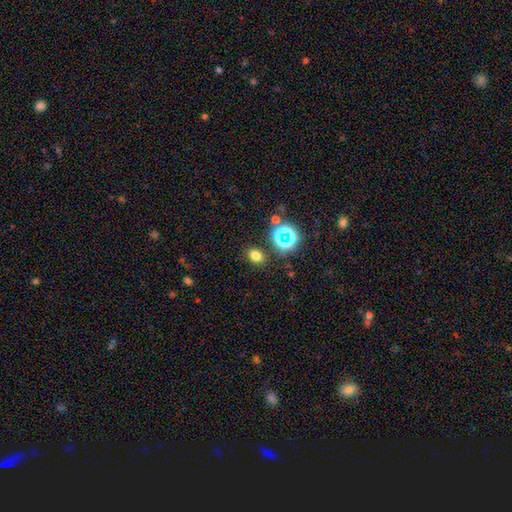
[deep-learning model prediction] Morphology: type=smooth (72%); roundness=in between (63%); merging=none (85%).